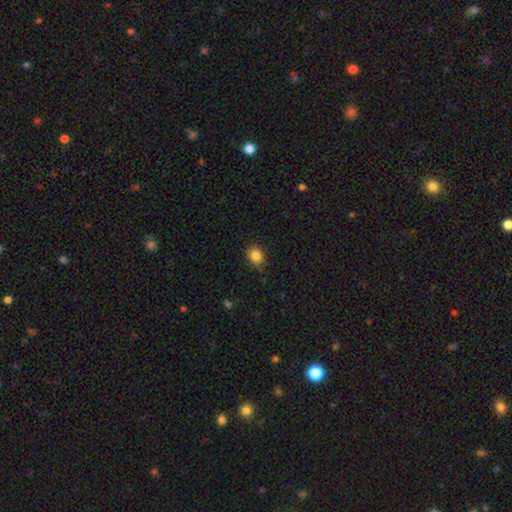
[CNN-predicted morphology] A smooth galaxy with no disk features (85%) that is round (50%).

Vote fractions:
- Smooth or featured? smooth: 85% / star or artifact: 10% / featured or disk: 5%
- How rounded? round: 50% / in between: 49% / cigar-shaped: 1%
- Merging? none: 81% / minor disturbance: 15% / major disturbance: 3% / merger: 1%